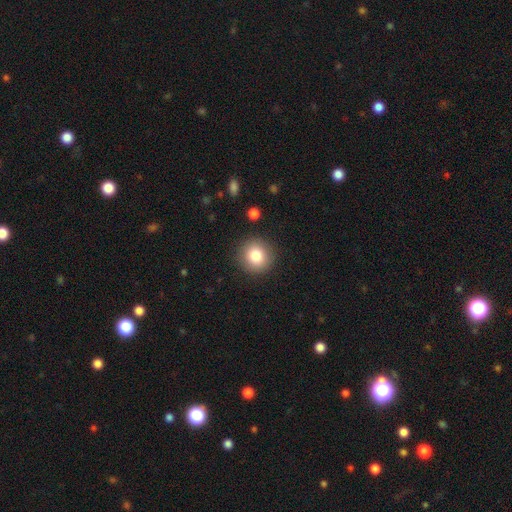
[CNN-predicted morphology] A smooth galaxy with no disk features (81%) that is round (93%).

Vote fractions:
- Smooth or featured? smooth: 81% / star or artifact: 10% / featured or disk: 9%
- How rounded? round: 93% / in between: 6% / cigar-shaped: 1%
- Merging? none: 90% / minor disturbance: 7% / major disturbance: 2% / merger: 2%